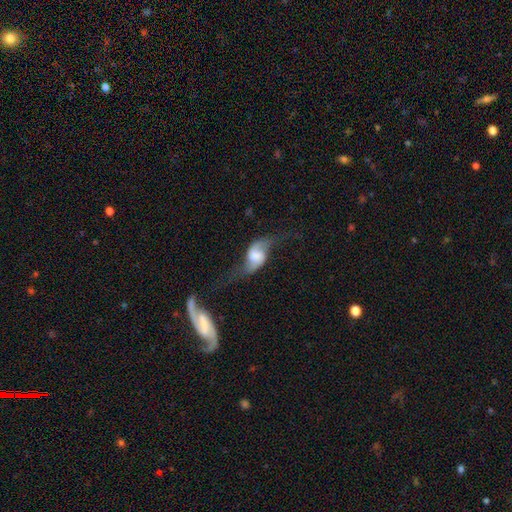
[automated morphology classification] type=featured or disk (71%); edge-on=no (93%); bar=no (40%, tied with weak); spiral arms=yes (91%); winding=loose (88%); arm count=2 (92%); bulge=large (29%); merging=none (46%).